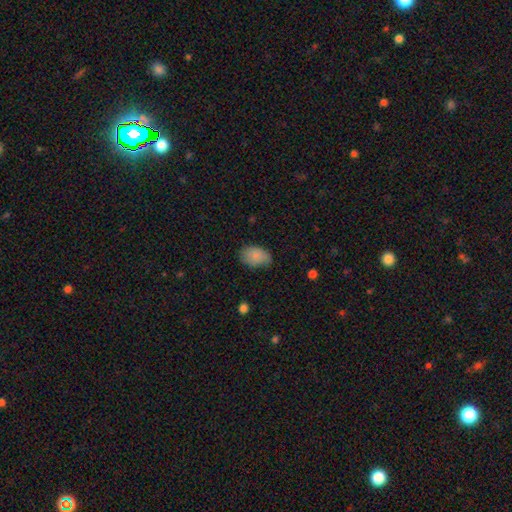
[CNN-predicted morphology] This is clearly a smooth galaxy (86%). How rounded: clearly in between (88%). Merging: likely none (72%).